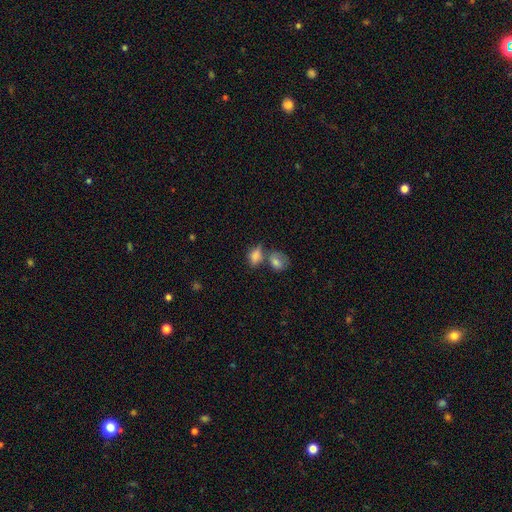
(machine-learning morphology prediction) Smooth or featured: smooth — 79% (featured or disk — 12%)
How rounded: in between — 81% (round — 16%)
Merging: merger — 40% (none — 37%)